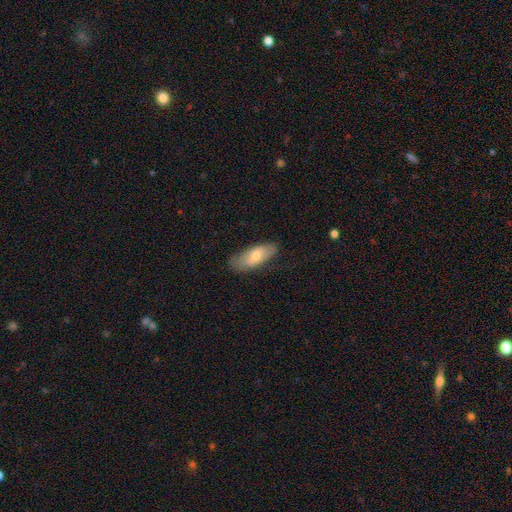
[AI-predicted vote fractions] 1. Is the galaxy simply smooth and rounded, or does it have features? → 62% smooth, 32% featured or disk, 6% star or artifact.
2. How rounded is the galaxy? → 79% in between, 18% cigar-shaped, 2% round.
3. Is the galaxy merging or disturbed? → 73% none, 20% minor disturbance, 5% major disturbance, 1% merger.